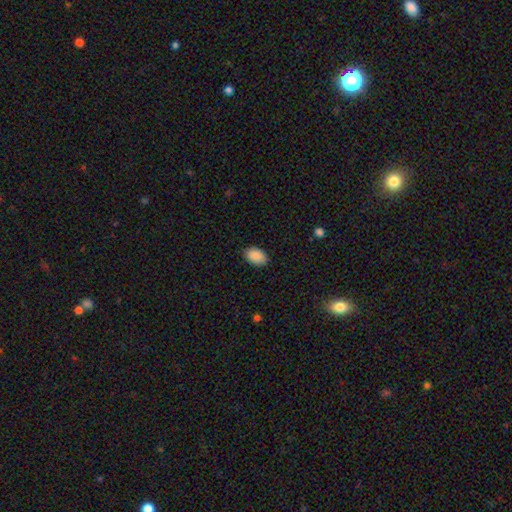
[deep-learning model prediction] Overall: smooth (90%). How rounded: in between (88%). Merging: none (87%).